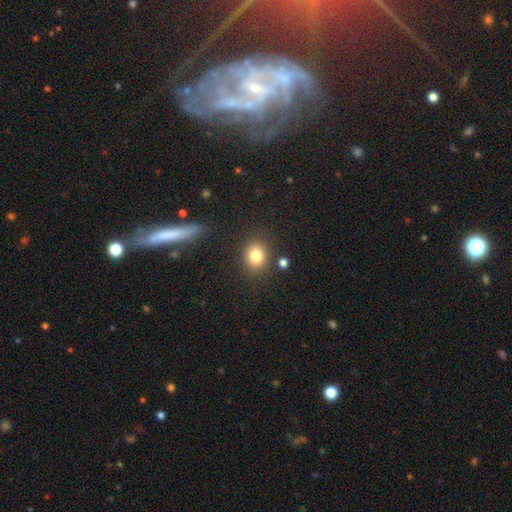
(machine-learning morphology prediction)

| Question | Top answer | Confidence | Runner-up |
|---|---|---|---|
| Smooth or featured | smooth | 81% | star or artifact (11%) |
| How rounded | round | 67% | in between (32%) |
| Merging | none | 82% | minor disturbance (10%) |